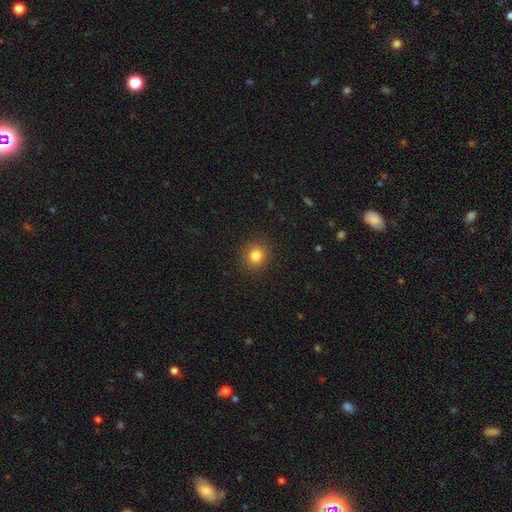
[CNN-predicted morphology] Smooth or featured?
  - smooth: 82% *
  - star or artifact: 12%
  - featured or disk: 6%
How rounded?
  - round: 88% *
  - in between: 11%
  - cigar-shaped: 1%
Merging?
  - none: 91% *
  - minor disturbance: 6%
  - major disturbance: 2%
  - merger: 1%